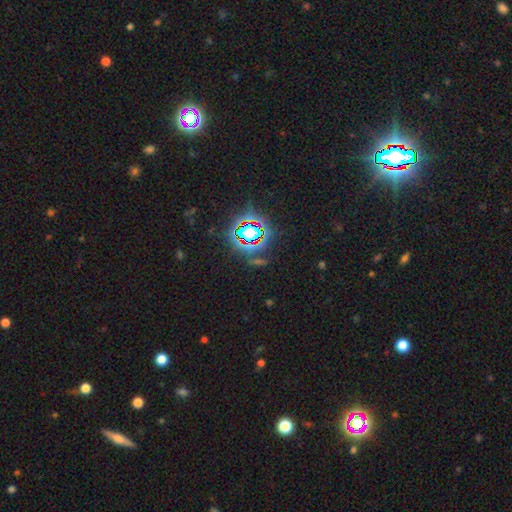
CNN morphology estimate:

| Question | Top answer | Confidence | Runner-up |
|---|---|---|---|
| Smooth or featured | star or artifact | 82% | smooth (11%) |